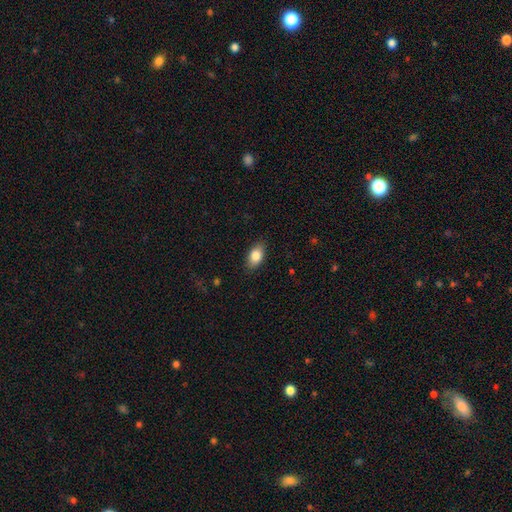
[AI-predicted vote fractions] Smooth or featured: smooth — 84% (featured or disk — 9%)
How rounded: in between — 89% (round — 7%)
Merging: none — 86% (minor disturbance — 11%)